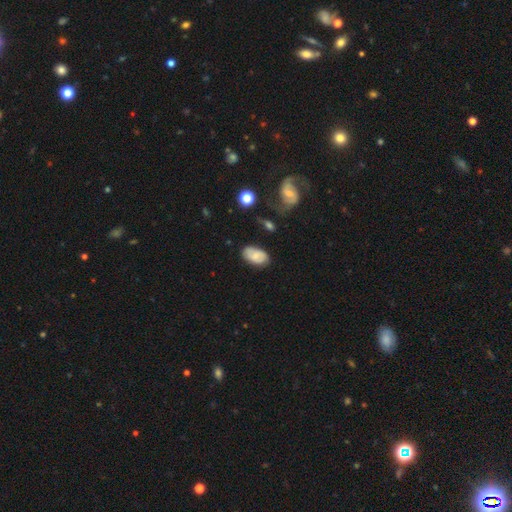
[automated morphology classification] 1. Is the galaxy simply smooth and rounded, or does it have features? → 62% smooth, 30% featured or disk, 8% star or artifact.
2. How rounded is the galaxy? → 93% in between, 5% round, 2% cigar-shaped.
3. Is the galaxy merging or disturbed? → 76% none, 17% minor disturbance, 4% major disturbance, 3% merger.